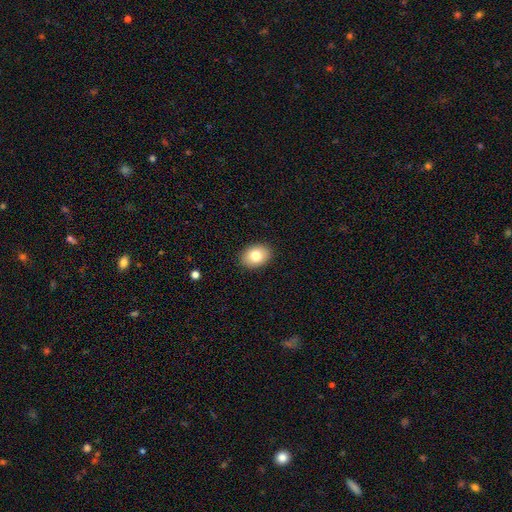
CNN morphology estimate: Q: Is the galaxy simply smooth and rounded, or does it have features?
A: smooth — 81%.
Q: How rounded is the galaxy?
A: in between — 73%.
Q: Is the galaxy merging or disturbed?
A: none — 90%.